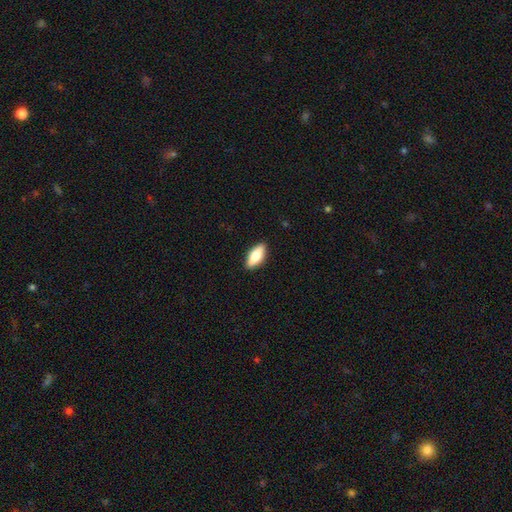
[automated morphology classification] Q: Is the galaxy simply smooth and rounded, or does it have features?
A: smooth — 76%.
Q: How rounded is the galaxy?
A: in between — 79%.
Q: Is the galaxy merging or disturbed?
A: none — 89%.